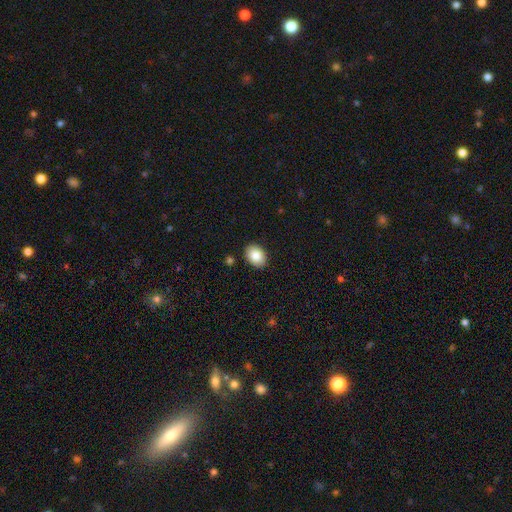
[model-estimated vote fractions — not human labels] smooth_or_featured: smooth (p=0.86) [alt: star or artifact p=0.07]
how_rounded: in between (p=0.74) [alt: round p=0.26]
merging: none (p=0.89) [alt: minor disturbance p=0.07]